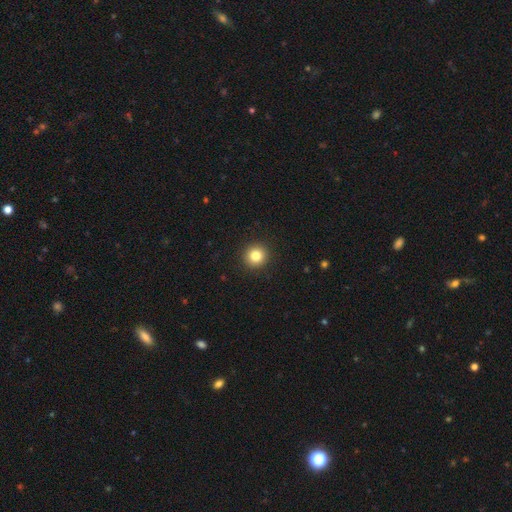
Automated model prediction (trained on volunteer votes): The model was most divided on "smooth or featured": smooth: 82%, star or artifact: 11%, featured or disk: 7%. More confident: how rounded — round (93%); merging — none (93%).